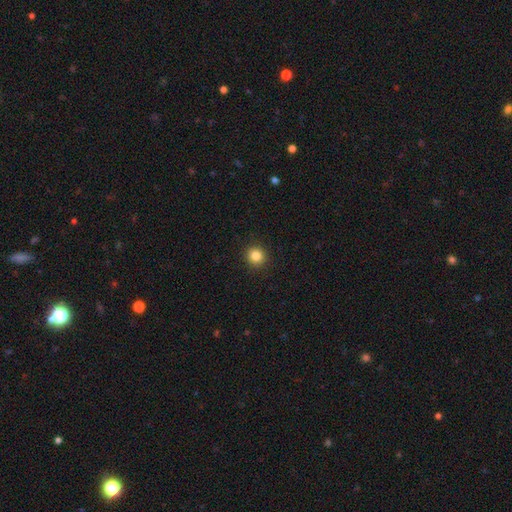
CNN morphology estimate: This appears to be a smooth galaxy with no disk features (85%) that is round (92%). Merging: none (92%).